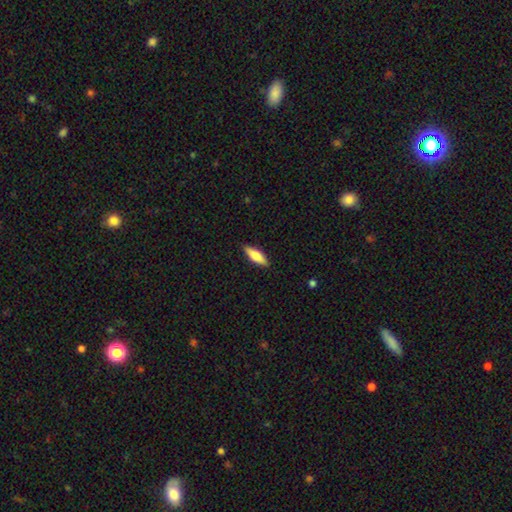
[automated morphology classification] smooth 69%, featured or disk 25%, star or artifact 6%. Down the decision tree: how rounded — in between (51%); merging — none (89%).